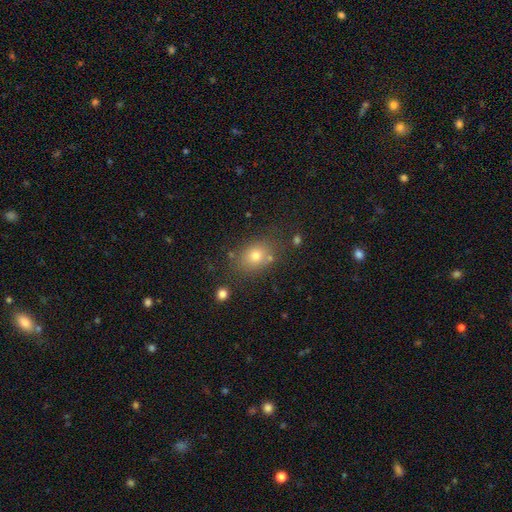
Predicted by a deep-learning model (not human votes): A smooth galaxy with no disk features (73%) that is in between round and cigar-shaped (57%).

Vote fractions:
- Smooth or featured? smooth: 73% / star or artifact: 15% / featured or disk: 12%
- How rounded? in between: 57% / round: 42% / cigar-shaped: 1%
- Merging? none: 76% / minor disturbance: 13% / merger: 7% / major disturbance: 4%